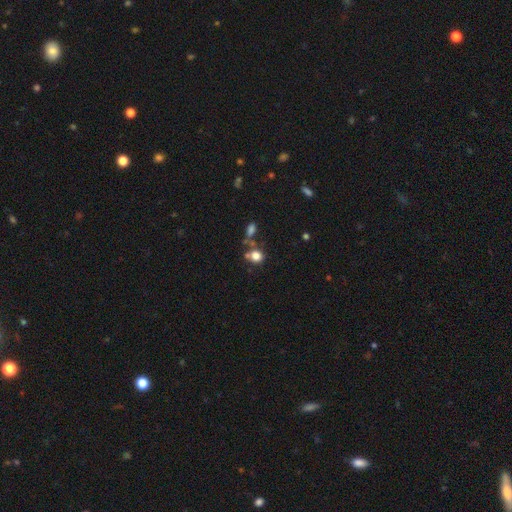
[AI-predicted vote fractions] smooth 78%, star or artifact 13%, featured or disk 9%. Down the decision tree: how rounded — round (69%); merging — none (54%).